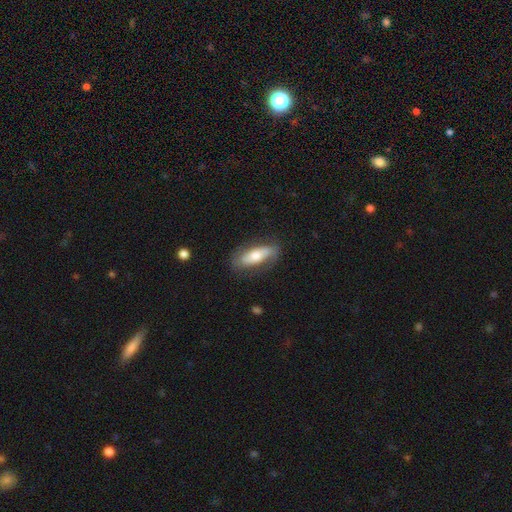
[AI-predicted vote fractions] This is possibly a smooth galaxy (54%). How rounded: likely in between (68%). Merging: likely none (73%).